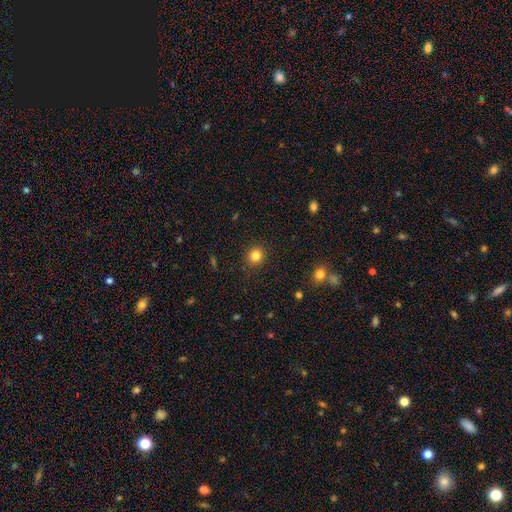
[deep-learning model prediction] Q: Smooth or featured?
A: smooth (82%); runner-up: star or artifact (13%)
Q: How rounded?
A: round (91%); runner-up: in between (8%)
Q: Merging?
A: none (90%); runner-up: minor disturbance (6%)